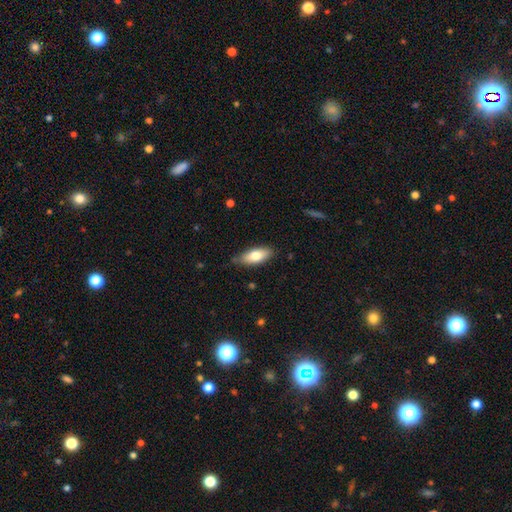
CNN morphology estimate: smooth-or-featured: smooth: 76% | featured or disk: 18% | star or artifact: 6%
  how-rounded: in between: 79% | cigar-shaped: 19% | round: 2%
  merging: none: 79% | minor disturbance: 17% | major disturbance: 3% | merger: 2%